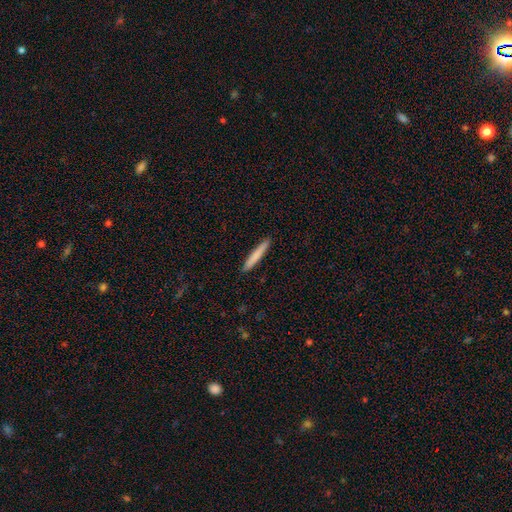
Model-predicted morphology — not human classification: Smooth or featured? smooth (79%)
How rounded? cigar-shaped (96%)
Merging? none (92%)